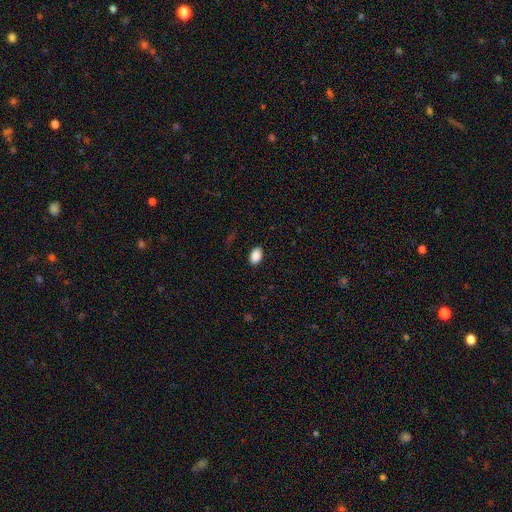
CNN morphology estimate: This is clearly a smooth galaxy (89%). How rounded: clearly in between (90%). Merging: clearly none (88%).